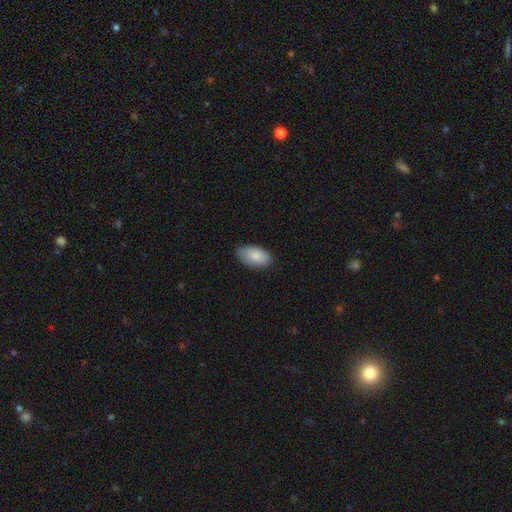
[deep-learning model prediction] A smooth galaxy with no disk features (84%) that is in between round and cigar-shaped (94%). Merging: none (80%).